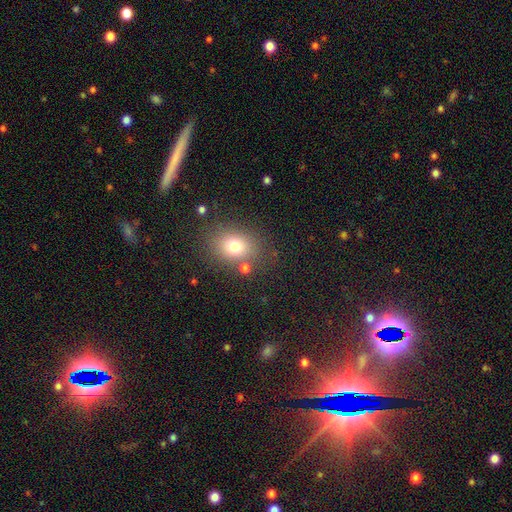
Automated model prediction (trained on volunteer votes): Smooth or featured: smooth — 48% (star or artifact — 38%)
Merging: none — 83% (minor disturbance — 9%)